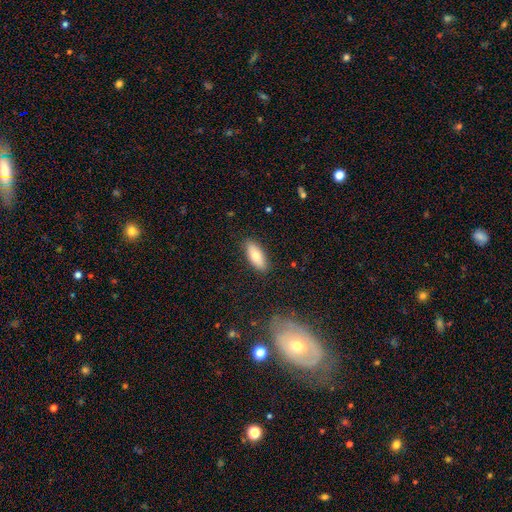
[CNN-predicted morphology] Smooth or featured?
  - smooth: 74% *
  - featured or disk: 19%
  - star or artifact: 7%
How rounded?
  - in between: 77% *
  - cigar-shaped: 21%
  - round: 2%
Merging?
  - none: 87% *
  - minor disturbance: 9%
  - major disturbance: 2%
  - merger: 1%